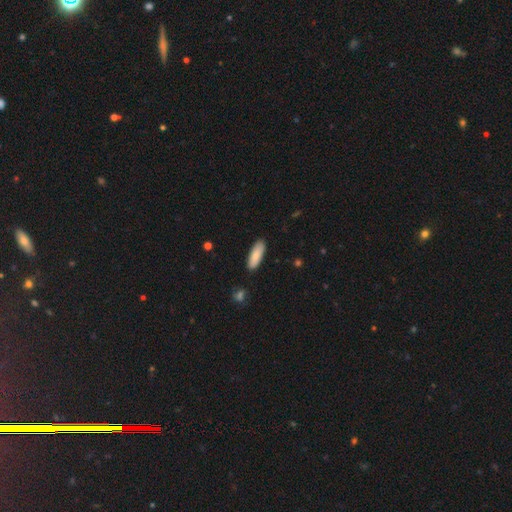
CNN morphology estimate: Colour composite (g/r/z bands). It shows a smooth galaxy with no disk features (86%) that is in between round and cigar-shaped (59%). Merging: none (87%).